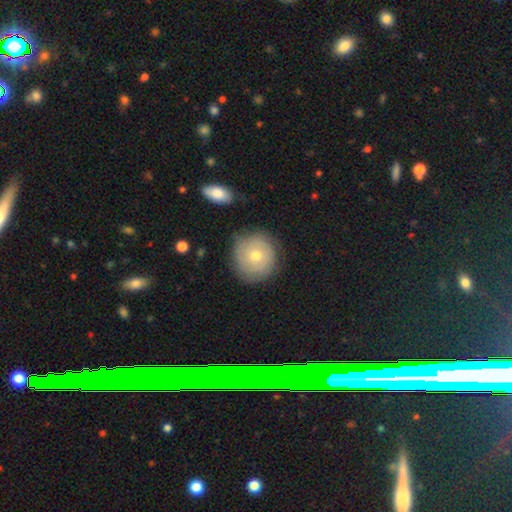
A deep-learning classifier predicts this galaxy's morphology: The model was most divided on "smooth or featured": smooth: 54%, featured or disk: 38%, star or artifact: 9%. More confident: how rounded — round (90%); merging — none (79%).